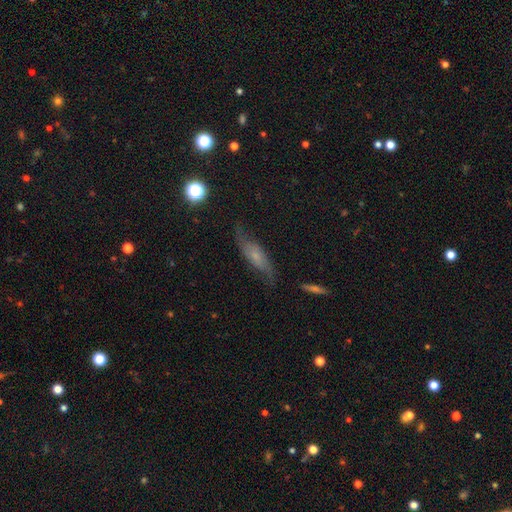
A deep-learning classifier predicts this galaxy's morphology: Q: Smooth or featured?
A: featured or disk (61%); runner-up: smooth (30%)
Q: Edge-on disk?
A: no (74%); runner-up: yes (26%)
Q: Merging?
A: none (65%); runner-up: minor disturbance (23%)